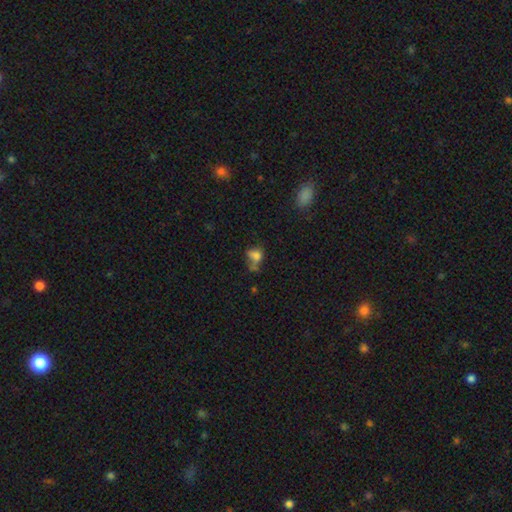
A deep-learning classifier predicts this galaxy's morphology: A smooth galaxy with no disk features (70%) that is in between round and cigar-shaped (60%). Merging: none (31%).